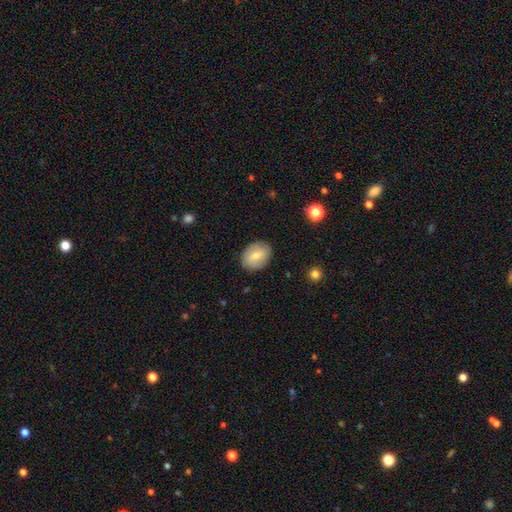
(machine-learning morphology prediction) This appears to be a smooth galaxy with no disk features (71%) that is in between round and cigar-shaped (69%). Merging: none (86%).